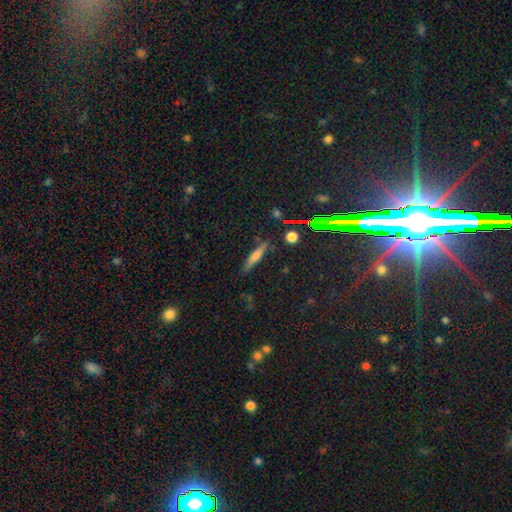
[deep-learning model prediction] smooth_or_featured: smooth (p=0.58) [alt: featured or disk p=0.29]
how_rounded: cigar-shaped (p=0.86) [alt: in between p=0.12]
merging: none (p=0.83) [alt: minor disturbance p=0.12]